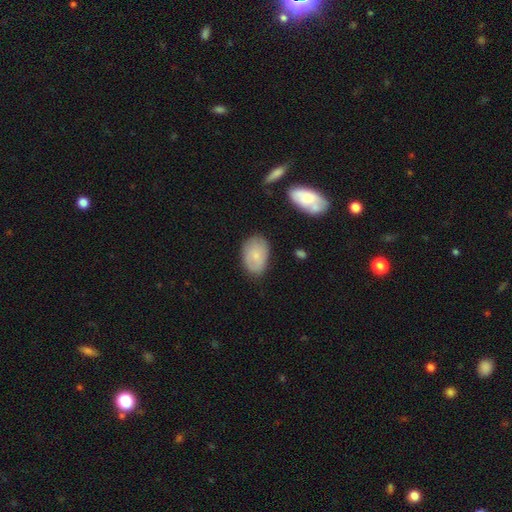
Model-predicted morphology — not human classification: Smooth or featured? Predicted: smooth (p=0.73). How rounded? Predicted: in between (p=0.85). Merging? Predicted: none (p=0.75).